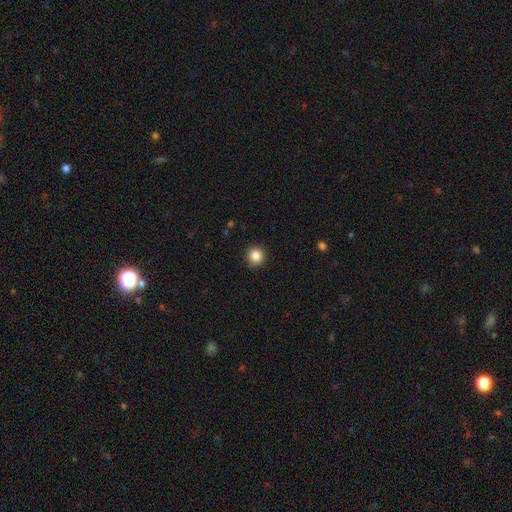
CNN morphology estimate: smooth 85%, star or artifact 10%, featured or disk 4%. Down the decision tree: how rounded — round (93%); merging — none (91%).